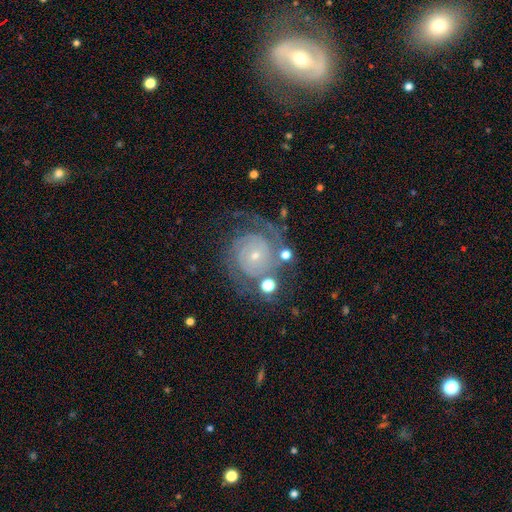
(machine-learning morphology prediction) Smooth or featured? featured or disk (86%)
Edge-on disk? no (98%)
Bar? no (77%)
Spiral arms? yes (97%)
Spiral winding? tight (74%)
Spiral arm count? 2 (51%)
Bulge size? small (79%)
Merging? none (68%)